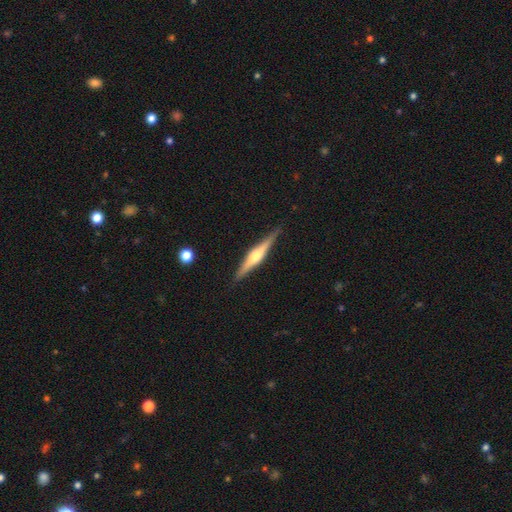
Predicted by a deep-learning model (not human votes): This is likely a featured or disk galaxy (74%). It is clearly viewed edge-on (98%). Edge-on bulge: clearly rounded (90%). Merging: clearly none (89%).